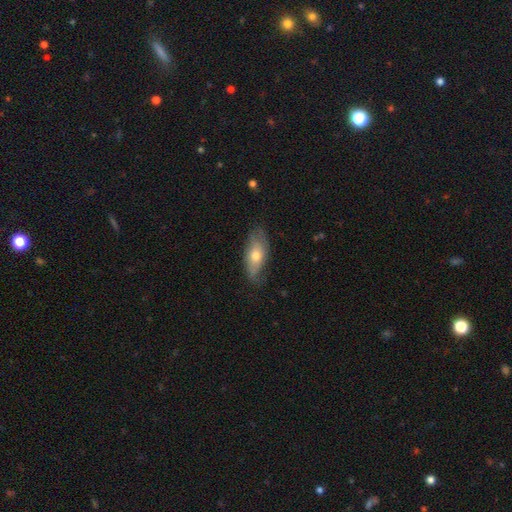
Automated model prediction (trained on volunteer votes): A smooth galaxy with no disk features (52%) that is in between round and cigar-shaped (81%).

Vote fractions:
- Smooth or featured? smooth: 52% / featured or disk: 41% / star or artifact: 7%
- How rounded? in between: 81% / cigar-shaped: 15% / round: 4%
- Merging? none: 68% / minor disturbance: 25% / major disturbance: 6% / merger: 1%